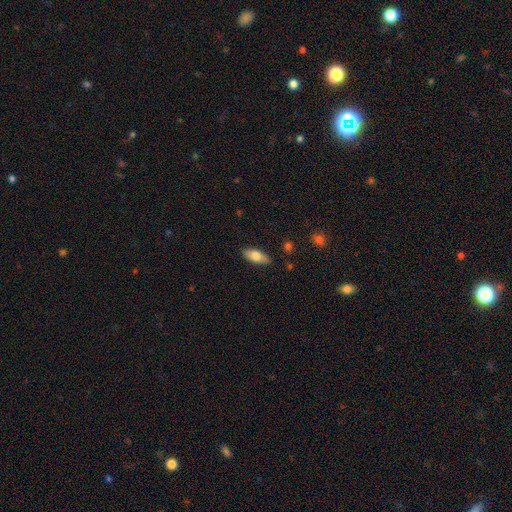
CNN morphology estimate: Smooth or featured? smooth (75%)
How rounded? in between (80%)
Merging? none (85%)